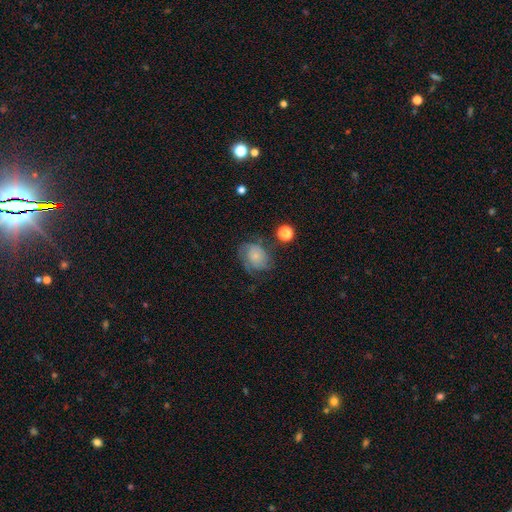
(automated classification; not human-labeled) A smooth galaxy with no disk features (54%) that is in between round and cigar-shaped (50%). Merging: none (51%).